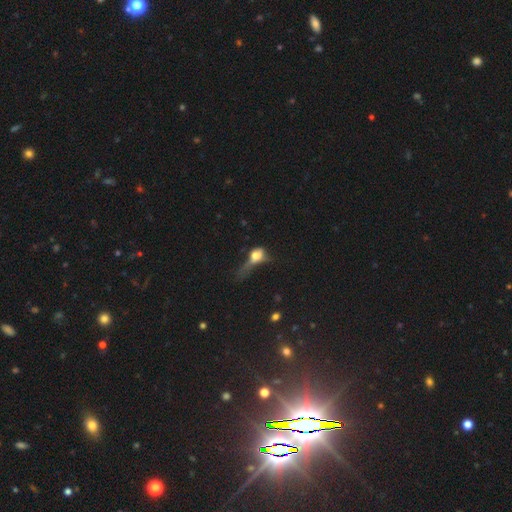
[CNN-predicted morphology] smooth 57%, featured or disk 29%, star or artifact 13%. Down the decision tree: how rounded — in between (61%); merging — major disturbance (59%).